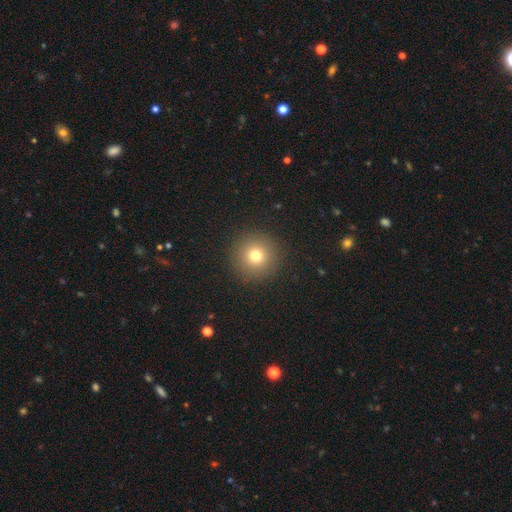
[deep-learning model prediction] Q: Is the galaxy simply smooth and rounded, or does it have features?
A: smooth — 75%.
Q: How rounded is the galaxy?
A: round — 96%.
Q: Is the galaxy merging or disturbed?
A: none — 92%.